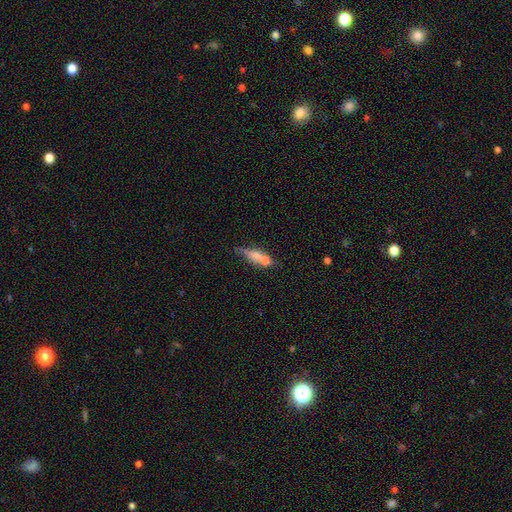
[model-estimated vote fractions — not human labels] Morphology: type=smooth (49%); merging=none (39%).